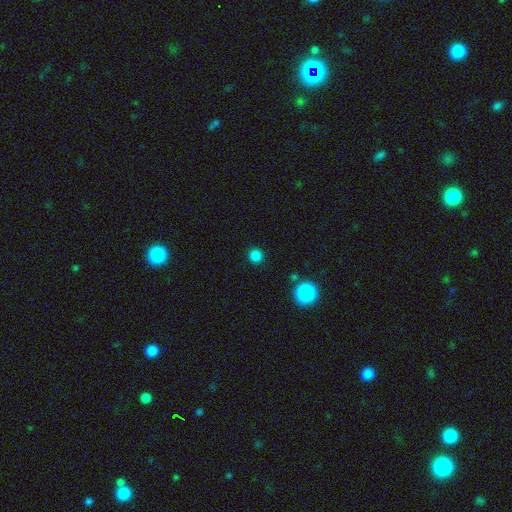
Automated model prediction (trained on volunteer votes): The model was most divided on "smooth or featured": smooth: 82%, star or artifact: 15%, featured or disk: 3%. More confident: how rounded — round (95%); merging — none (92%).